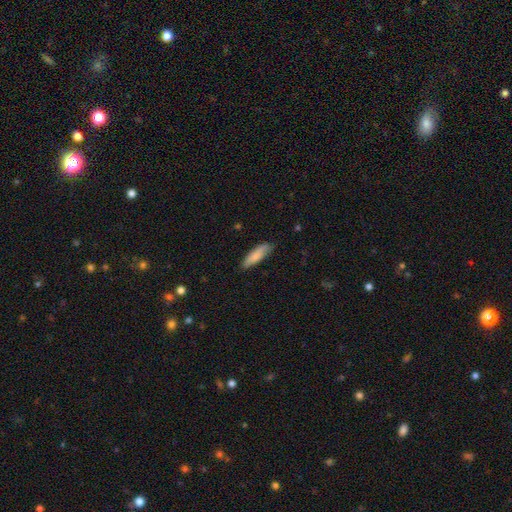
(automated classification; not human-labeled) Overall: smooth (82%). How rounded: cigar-shaped (59%; in between 39%). Merging: none (80%).